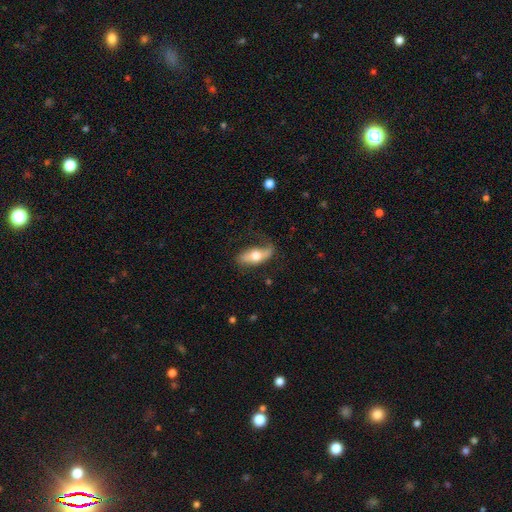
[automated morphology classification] type=smooth (48%); merging=none (58%).